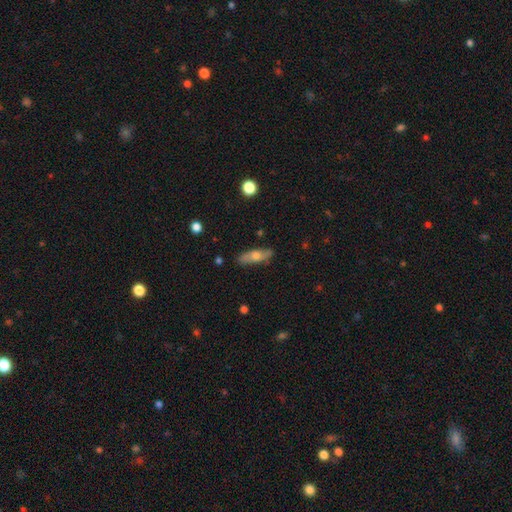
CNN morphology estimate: This appears to be a smooth galaxy with no disk features (57%) that is in between round and cigar-shaped (51%). Merging: none (84%).